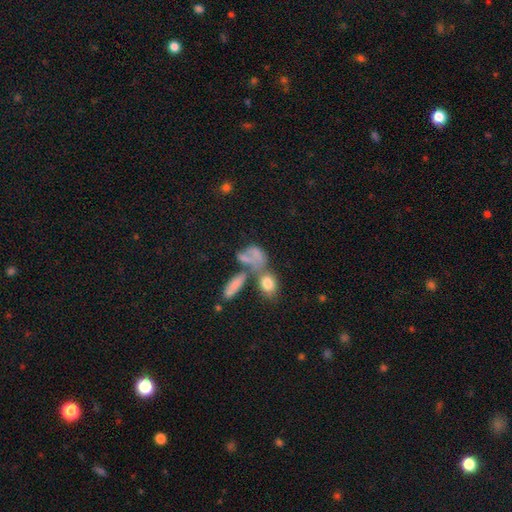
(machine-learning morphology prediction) Smooth or featured?
  - smooth: 61% *
  - featured or disk: 27%
  - star or artifact: 12%
How rounded?
  - in between: 66% *
  - round: 22%
  - cigar-shaped: 12%
Merging?
  - merger: 45% *
  - none: 25%
  - major disturbance: 17%
  - minor disturbance: 13%